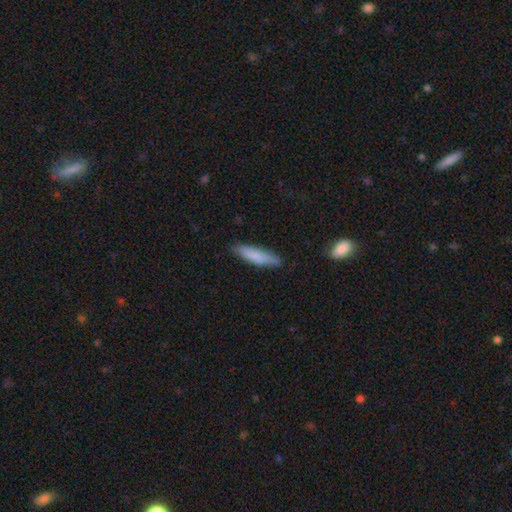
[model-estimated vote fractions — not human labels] Smooth or featured? smooth (81%)
How rounded? cigar-shaped (77%)
Merging? none (83%)